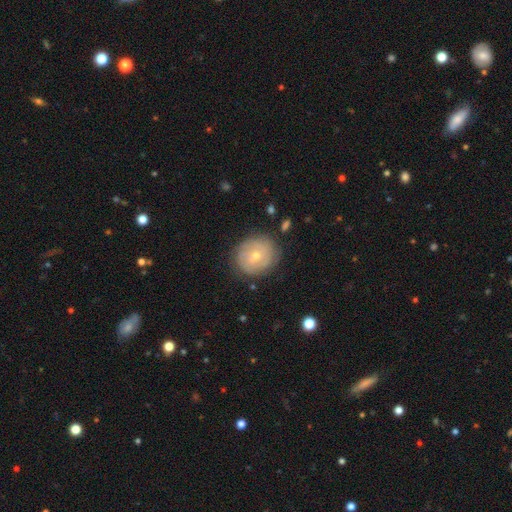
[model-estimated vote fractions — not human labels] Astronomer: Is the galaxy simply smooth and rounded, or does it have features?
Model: featured or disk — 59%.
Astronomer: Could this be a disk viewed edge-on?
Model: no — 97%.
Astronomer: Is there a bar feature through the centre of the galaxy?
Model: no — 62%.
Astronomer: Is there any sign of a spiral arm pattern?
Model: yes — 76%.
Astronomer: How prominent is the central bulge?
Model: small — 64%.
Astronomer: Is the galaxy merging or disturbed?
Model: none — 79%.